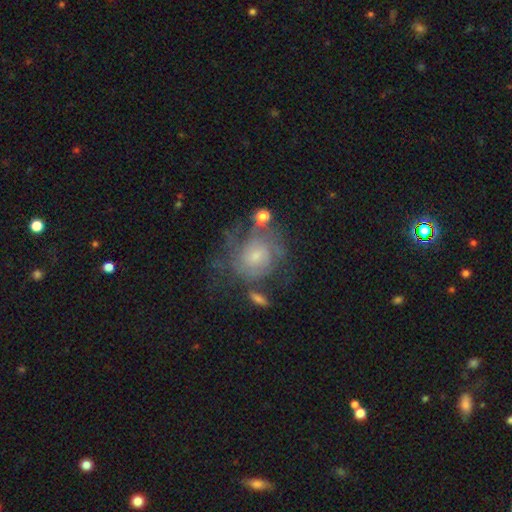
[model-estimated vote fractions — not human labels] Morphology: type=featured or disk (70%); edge-on=no (97%); bar=no (70%); spiral arms=yes (85%); winding=tight (53%); arm count=can't tell (47%); bulge=small (58%); merging=none (48%).